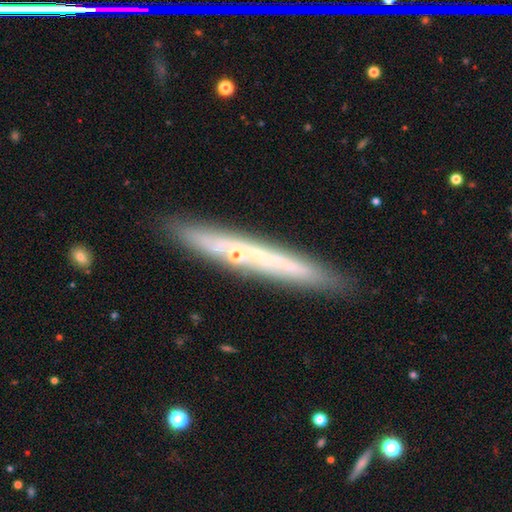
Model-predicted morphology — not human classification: This is likely a featured or disk galaxy (63%). It is clearly viewed edge-on (88%). Edge-on bulge: likely none (64%). Merging: clearly none (84%).